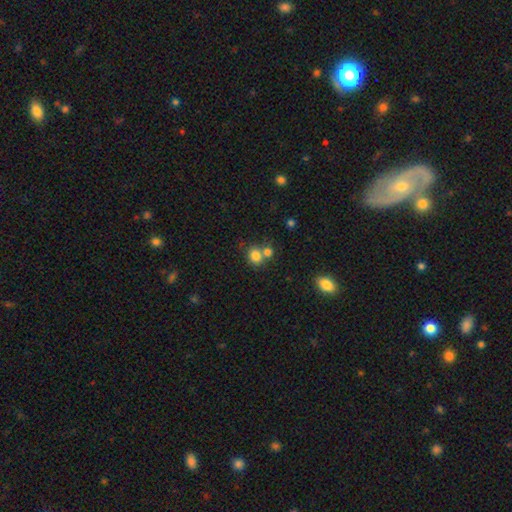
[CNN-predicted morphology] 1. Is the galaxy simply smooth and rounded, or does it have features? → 80% smooth, 11% star or artifact, 9% featured or disk.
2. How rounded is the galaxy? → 68% round, 31% in between, 1% cigar-shaped.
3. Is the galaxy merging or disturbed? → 46% none, 42% merger, 9% minor disturbance, 4% major disturbance.